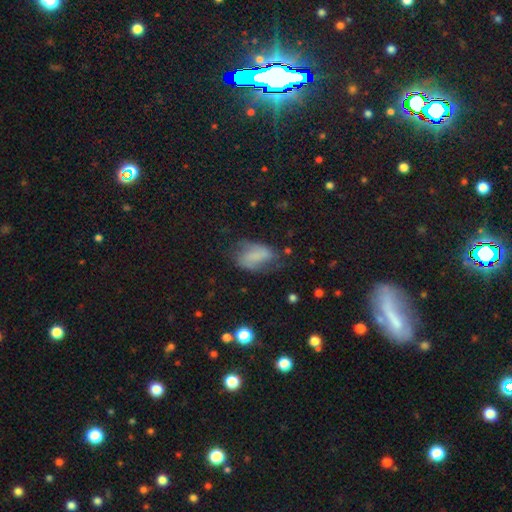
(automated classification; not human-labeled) This appears to be a smooth galaxy with no disk features (49%). Merging: none (49%).